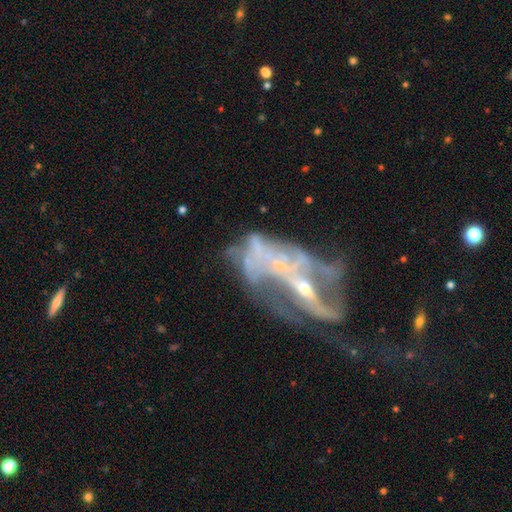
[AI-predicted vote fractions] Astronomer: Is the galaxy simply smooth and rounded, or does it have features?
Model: featured or disk — 75%.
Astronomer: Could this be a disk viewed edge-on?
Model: no — 91%.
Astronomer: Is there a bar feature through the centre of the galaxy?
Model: no — 65%.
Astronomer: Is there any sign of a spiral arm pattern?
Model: no — 57% (runner-up: yes, 43%).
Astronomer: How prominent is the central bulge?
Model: small — 46% (runner-up: moderate, 27%).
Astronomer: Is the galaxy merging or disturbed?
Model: major disturbance — 35%, tied with merger at 35%.